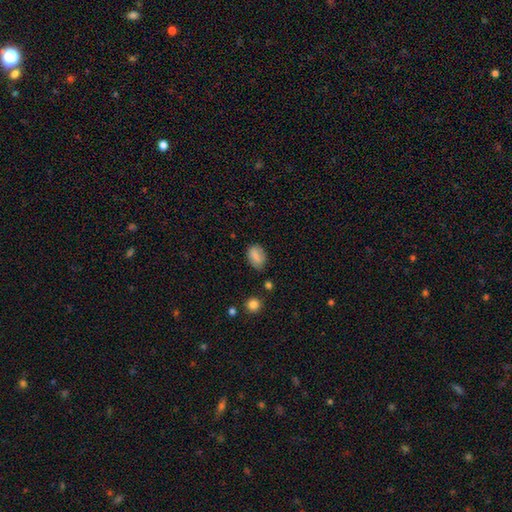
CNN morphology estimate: Overall: smooth (83%). How rounded: in between (83%). Merging: none (70%).